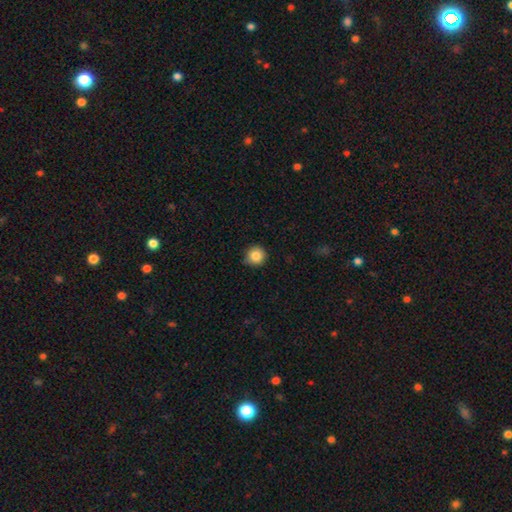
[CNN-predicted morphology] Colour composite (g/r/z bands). It shows a smooth galaxy with no disk features (84%) that is round (95%). Merging: none (83%).